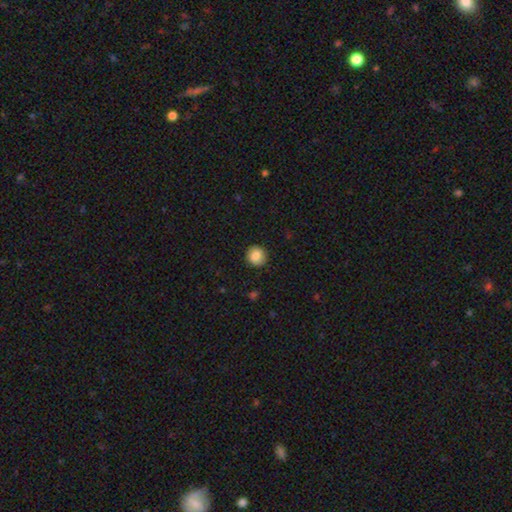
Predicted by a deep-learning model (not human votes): Overall: smooth (85%). How rounded: round (90%). Merging: none (89%).